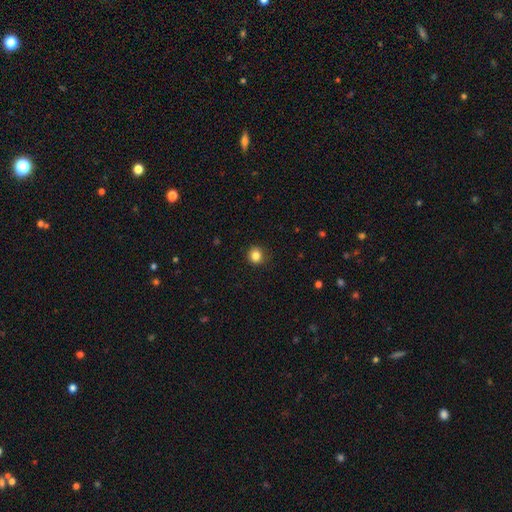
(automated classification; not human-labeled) Smooth or featured?
  - smooth: 84% *
  - star or artifact: 12%
  - featured or disk: 4%
How rounded?
  - round: 87% *
  - in between: 12%
  - cigar-shaped: 1%
Merging?
  - none: 88% *
  - minor disturbance: 9%
  - major disturbance: 2%
  - merger: 1%